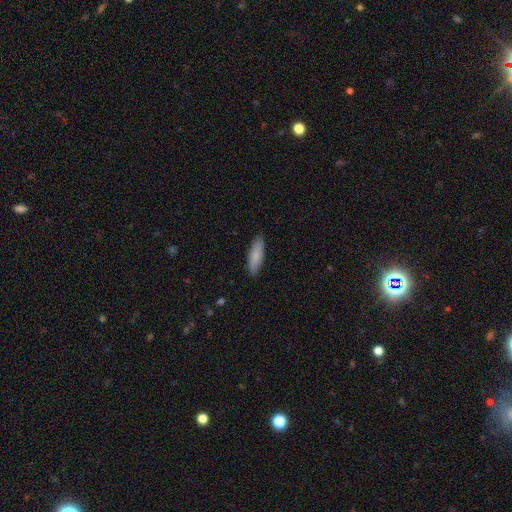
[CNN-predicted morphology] type=smooth (85%); roundness=cigar-shaped (54%); merging=none (88%).